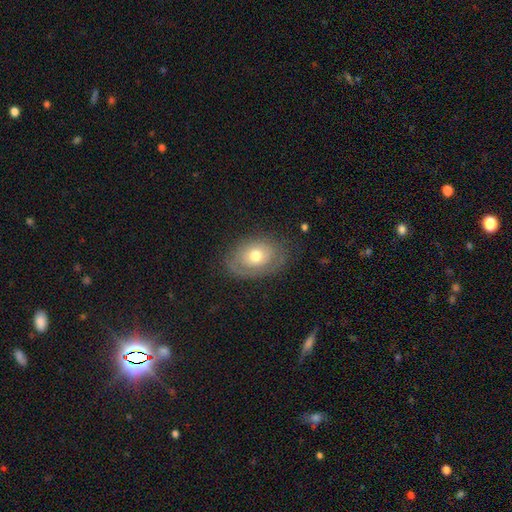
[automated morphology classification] Smooth or featured?
  - smooth: 51% *
  - featured or disk: 41%
  - star or artifact: 8%
How rounded?
  - in between: 77% *
  - round: 22%
  - cigar-shaped: 1%
Merging?
  - none: 72% *
  - minor disturbance: 19%
  - major disturbance: 8%
  - merger: 1%